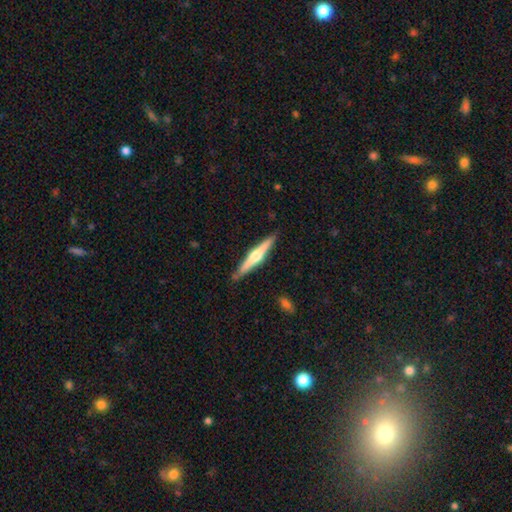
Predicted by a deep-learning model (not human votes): A featured or disk galaxy (68%) viewed edge-on (98%) with a rounded central bulge (89%).

Vote fractions:
- Smooth or featured? featured or disk: 68% / smooth: 26% / star or artifact: 5%
- Edge-on disk? yes: 98% / no: 2%
- Edge-on bulge? rounded: 89% / boxy: 6% / none: 5%
- Merging? none: 88% / minor disturbance: 9% / major disturbance: 2% / merger: 1%